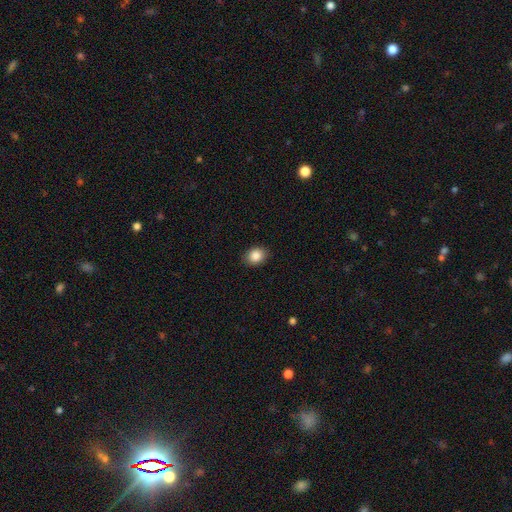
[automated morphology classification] Smooth or featured?
  - smooth: 87% *
  - star or artifact: 9%
  - featured or disk: 5%
How rounded?
  - in between: 54% *
  - round: 45%
  - cigar-shaped: 1%
Merging?
  - none: 89% *
  - minor disturbance: 8%
  - major disturbance: 2%
  - merger: 1%